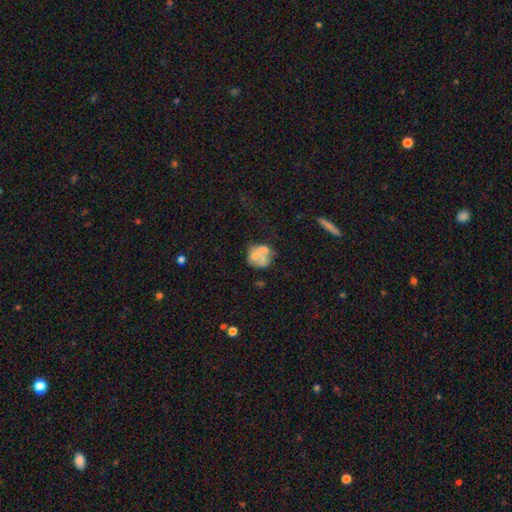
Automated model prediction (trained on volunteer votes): smooth 47%, featured or disk 41%, star or artifact 11%. Down the decision tree: merging — none (35%, tied with merger).